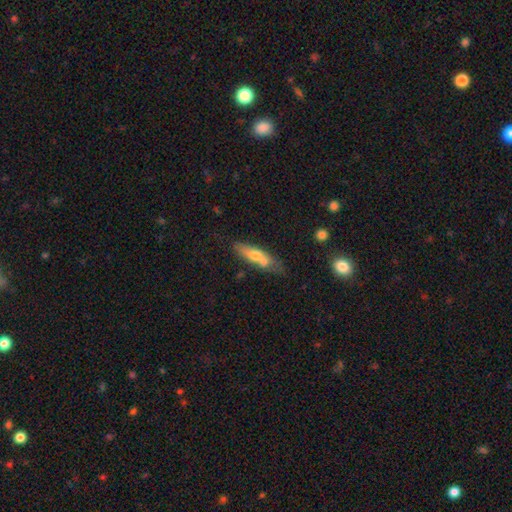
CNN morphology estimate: smooth-or-featured: smooth: 57% | featured or disk: 36% | star or artifact: 7%
  how-rounded: cigar-shaped: 63% | in between: 34% | round: 3%
  merging: none: 49% | merger: 29% | minor disturbance: 17% | major disturbance: 5%